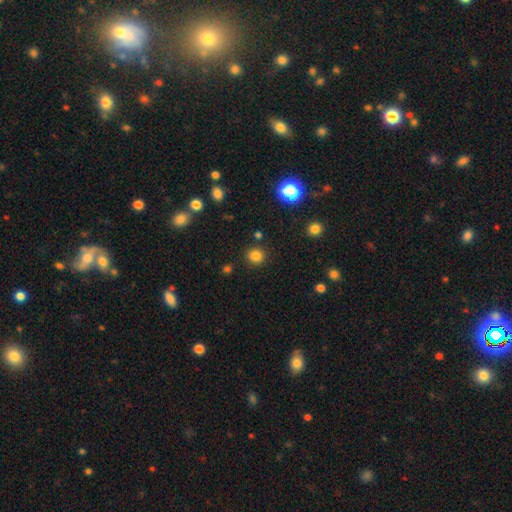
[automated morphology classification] smooth_or_featured: smooth (p=0.82) [alt: star or artifact p=0.14]
how_rounded: round (p=0.88) [alt: in between p=0.12]
merging: none (p=0.89) [alt: minor disturbance p=0.06]